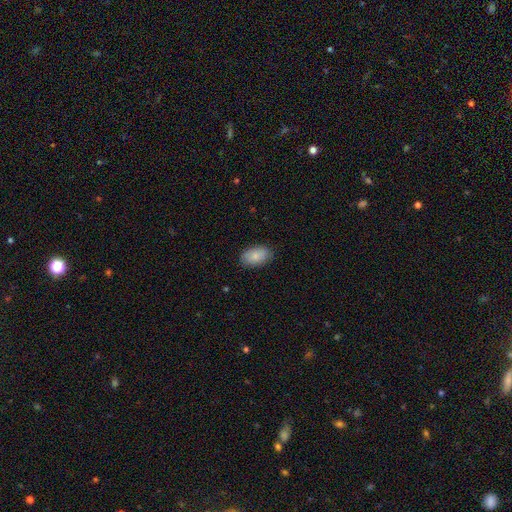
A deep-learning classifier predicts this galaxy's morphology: This appears to be a smooth galaxy with no disk features (83%) that is in between round and cigar-shaped (92%). Merging: none (84%).